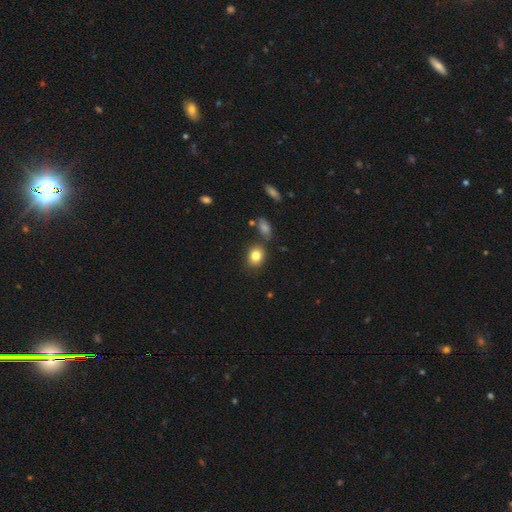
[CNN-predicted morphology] type=smooth (83%); roundness=round (56%); merging=none (78%).